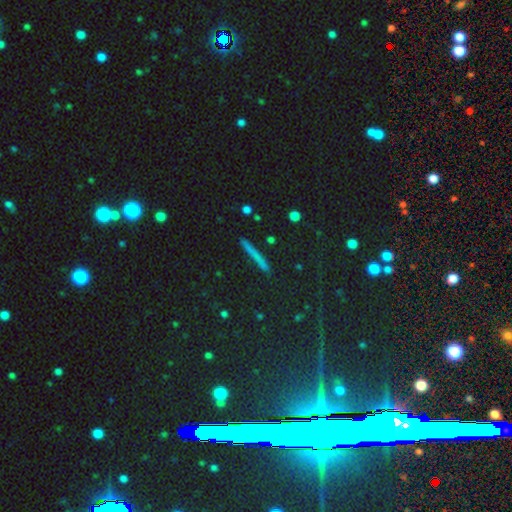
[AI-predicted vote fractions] A smooth galaxy with no disk features (46%).

Vote fractions:
- Smooth or featured? smooth: 46% / star or artifact: 28% / featured or disk: 26%
- Merging? none: 89% / minor disturbance: 7% / major disturbance: 2% / merger: 2%